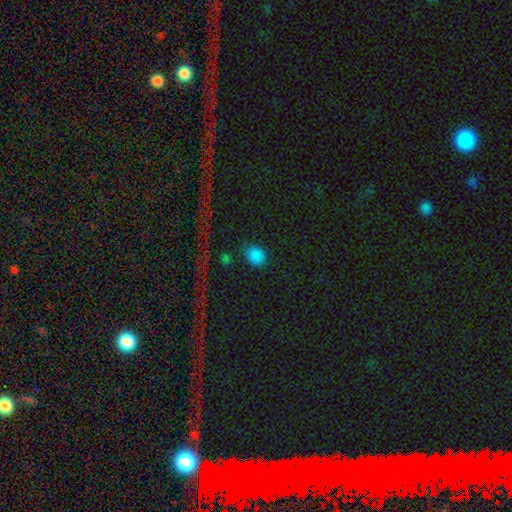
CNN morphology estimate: Q: Smooth or featured?
A: smooth (81%); runner-up: star or artifact (16%)
Q: How rounded?
A: round (58%); runner-up: in between (41%)
Q: Merging?
A: none (78%); runner-up: minor disturbance (14%)